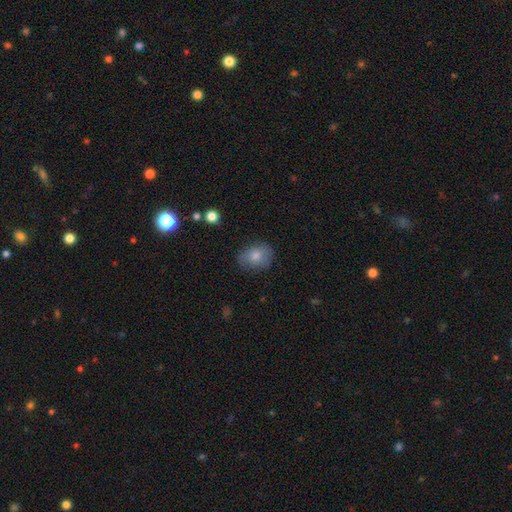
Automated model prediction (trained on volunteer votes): smooth_or_featured: smooth (p=0.74) [alt: featured or disk p=0.16]
how_rounded: in between (p=0.62) [alt: round p=0.37]
merging: none (p=0.75) [alt: minor disturbance p=0.20]